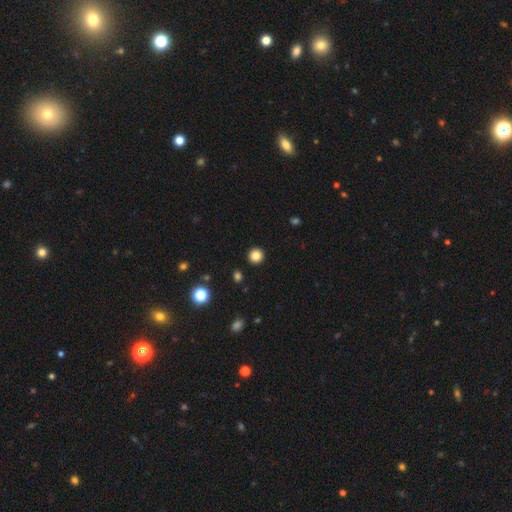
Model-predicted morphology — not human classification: smooth_or_featured: smooth (p=0.84) [alt: star or artifact p=0.12]
how_rounded: round (p=0.95) [alt: in between p=0.05]
merging: none (p=0.93) [alt: minor disturbance p=0.04]